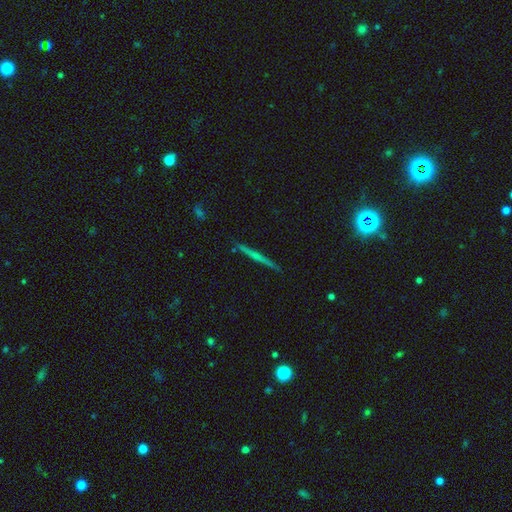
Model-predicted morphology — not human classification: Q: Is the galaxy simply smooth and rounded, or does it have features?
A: featured or disk — 58%.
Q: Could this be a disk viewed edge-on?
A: yes — 97%.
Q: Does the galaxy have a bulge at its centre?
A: none — 66%.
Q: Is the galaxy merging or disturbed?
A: none — 90%.